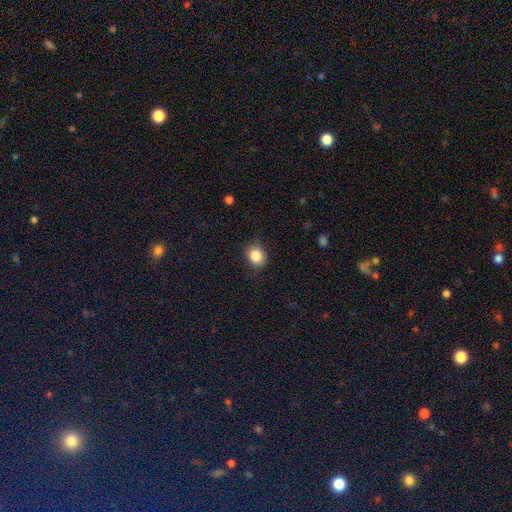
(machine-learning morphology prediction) Q: Smooth or featured?
A: smooth (84%); runner-up: star or artifact (10%)
Q: How rounded?
A: round (67%); runner-up: in between (32%)
Q: Merging?
A: none (76%); runner-up: minor disturbance (18%)